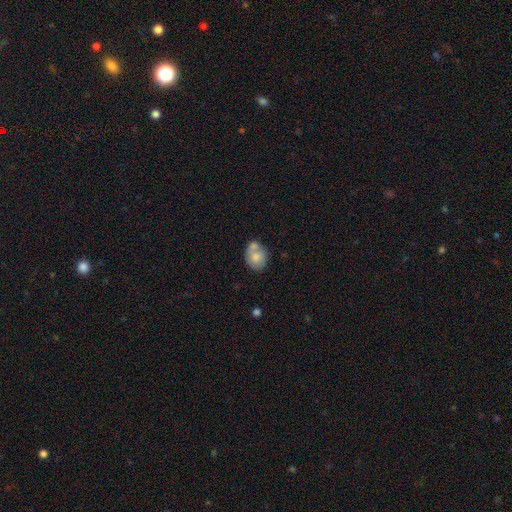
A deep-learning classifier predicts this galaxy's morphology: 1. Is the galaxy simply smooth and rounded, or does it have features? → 69% smooth, 24% featured or disk, 7% star or artifact.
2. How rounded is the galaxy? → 50% round, 49% in between, 1% cigar-shaped.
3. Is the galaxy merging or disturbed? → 42% merger, 37% none, 16% minor disturbance, 6% major disturbance.